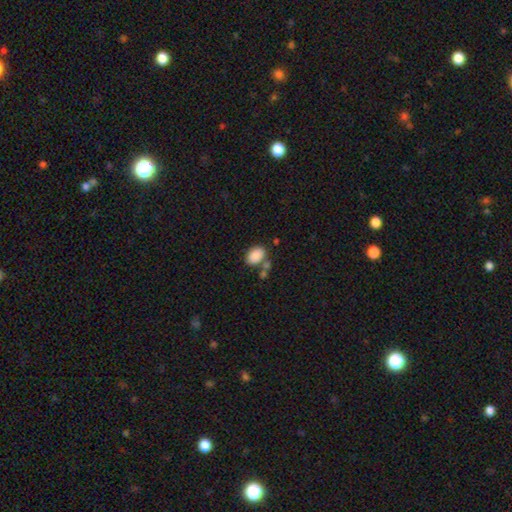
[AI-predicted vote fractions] Smooth or featured: smooth — 87% (star or artifact — 8%)
How rounded: in between — 85% (round — 14%)
Merging: none — 62% (merger — 20%)